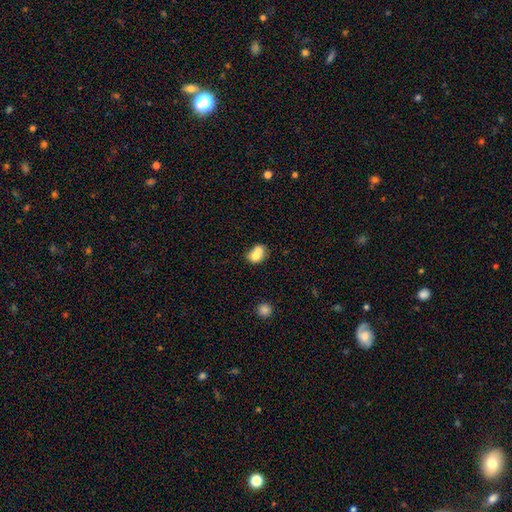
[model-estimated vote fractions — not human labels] Q: Smooth or featured?
A: smooth (71%); runner-up: featured or disk (20%)
Q: How rounded?
A: round (54%); runner-up: in between (45%)
Q: Merging?
A: merger (63%); runner-up: none (26%)